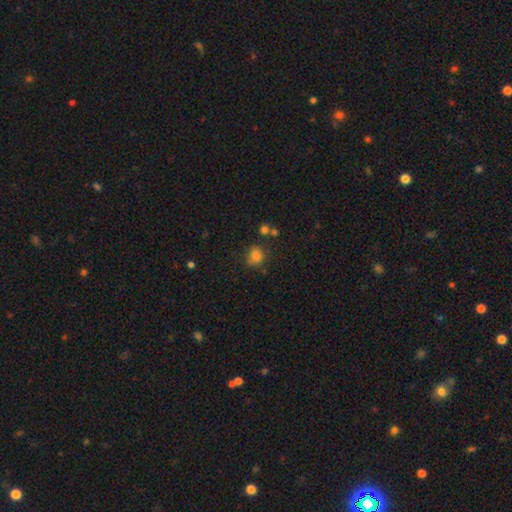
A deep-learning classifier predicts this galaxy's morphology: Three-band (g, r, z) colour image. It shows a smooth galaxy with no disk features (79%) that is round (71%). Merging: none (68%).